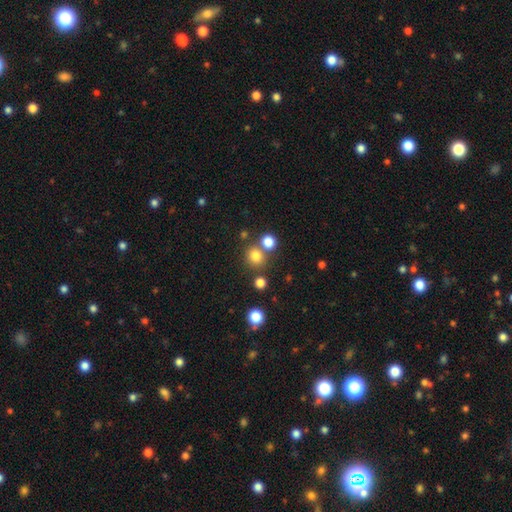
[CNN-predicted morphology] A smooth galaxy with no disk features (77%) that is round (88%). Merging: none (71%).